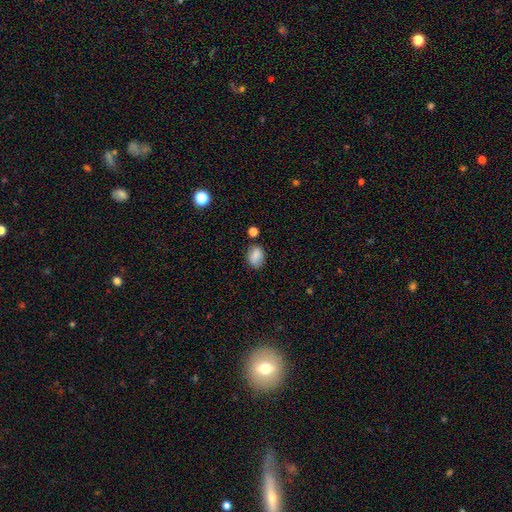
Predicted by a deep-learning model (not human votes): Overall: smooth (82%). How rounded: in between (65%; round 34%). Merging: none (70%).